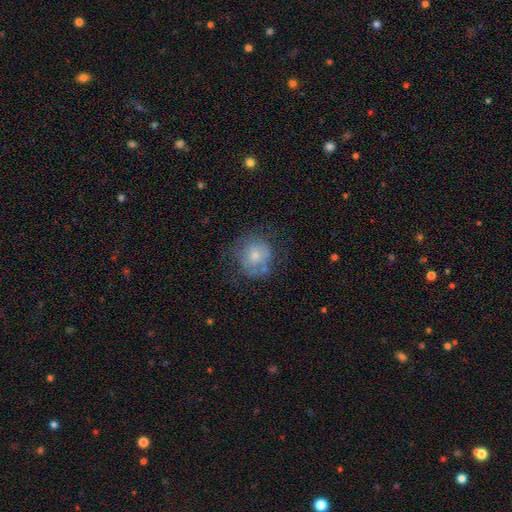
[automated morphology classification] smooth_or_featured: smooth (p=0.64) [alt: featured or disk p=0.27]
how_rounded: round (p=0.87) [alt: in between p=0.12]
merging: none (p=0.59) [alt: minor disturbance p=0.23]